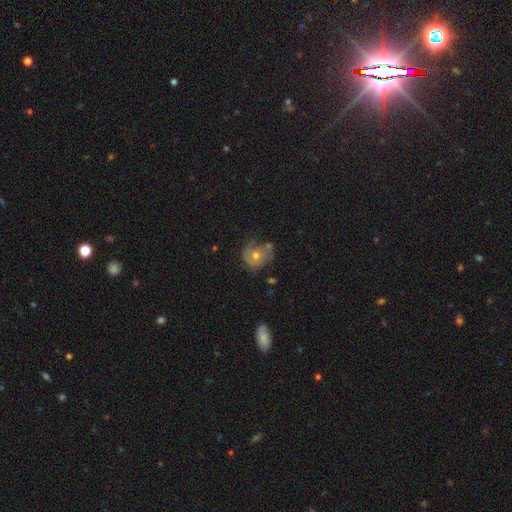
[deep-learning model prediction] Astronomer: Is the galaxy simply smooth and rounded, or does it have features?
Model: featured or disk — 55% (runner-up: smooth, 34%).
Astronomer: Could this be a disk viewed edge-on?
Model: no — 96%.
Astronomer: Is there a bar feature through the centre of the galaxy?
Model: no — 82%.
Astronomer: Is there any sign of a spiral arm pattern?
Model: yes — 64%.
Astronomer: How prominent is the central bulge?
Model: moderate — 70%.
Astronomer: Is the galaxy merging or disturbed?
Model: none — 55%.